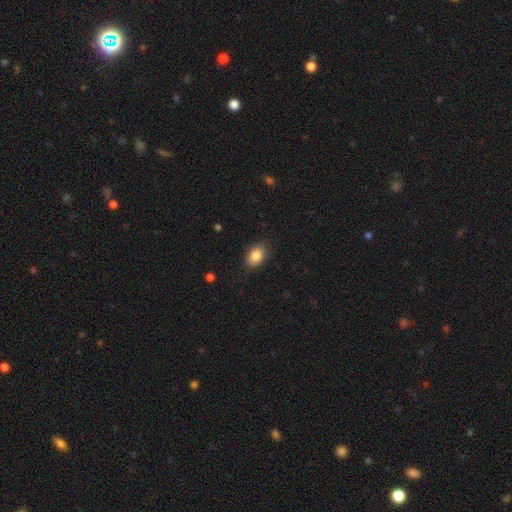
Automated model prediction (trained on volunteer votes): This appears to be a smooth galaxy with no disk features (86%) that is in between round and cigar-shaped (83%). Merging: none (83%).